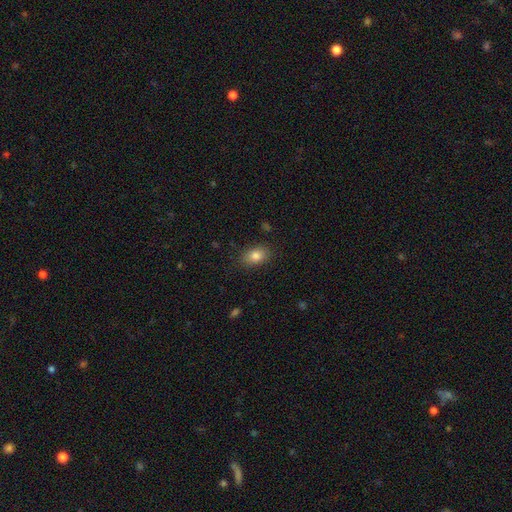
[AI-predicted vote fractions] smooth-or-featured: smooth: 84% | star or artifact: 9% | featured or disk: 7%
  how-rounded: in between: 82% | round: 17% | cigar-shaped: 2%
  merging: none: 84% | minor disturbance: 12% | major disturbance: 3% | merger: 1%